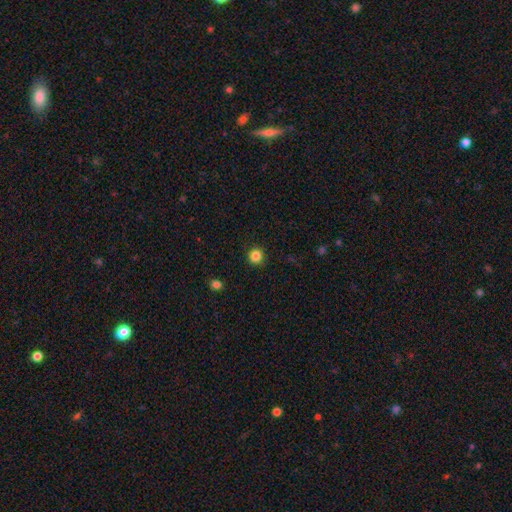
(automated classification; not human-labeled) Smooth or featured?
  - smooth: 84% *
  - star or artifact: 12%
  - featured or disk: 4%
How rounded?
  - round: 93% *
  - in between: 6%
  - cigar-shaped: 1%
Merging?
  - none: 91% *
  - minor disturbance: 6%
  - major disturbance: 2%
  - merger: 1%